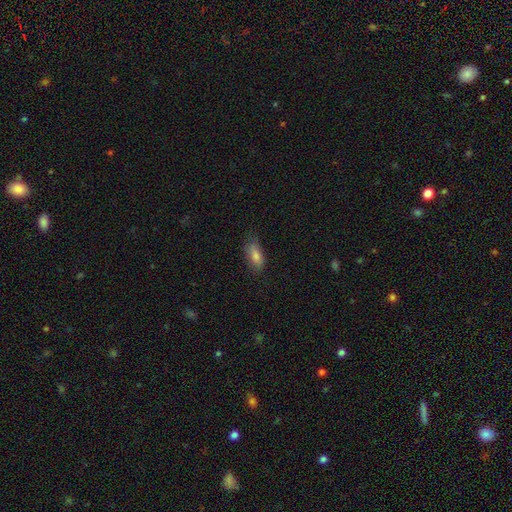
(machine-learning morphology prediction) Smooth or featured? Predicted: smooth (p=0.78). How rounded? Predicted: in between (p=0.79). Merging? Predicted: none (p=0.69).